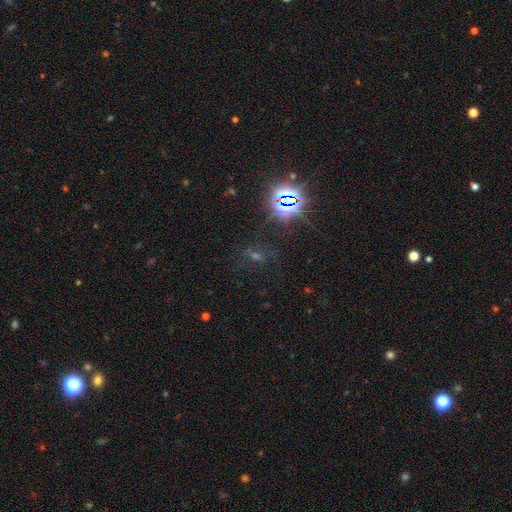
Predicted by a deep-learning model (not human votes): Morphology: type=star or artifact (64%).